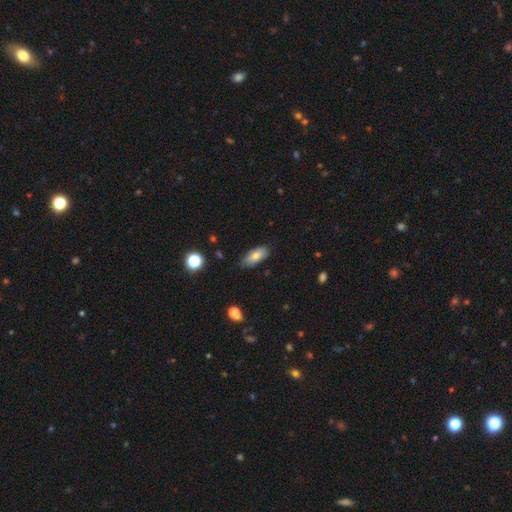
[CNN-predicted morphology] Overall: smooth (76%). How rounded: in between (85%). Merging: none (75%).